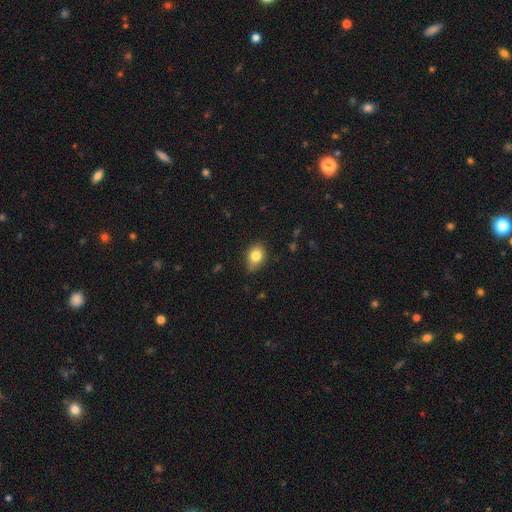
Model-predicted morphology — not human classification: Smooth or featured? Predicted: smooth (p=0.81). How rounded? Predicted: in between (p=0.68). Merging? Predicted: none (p=0.75).